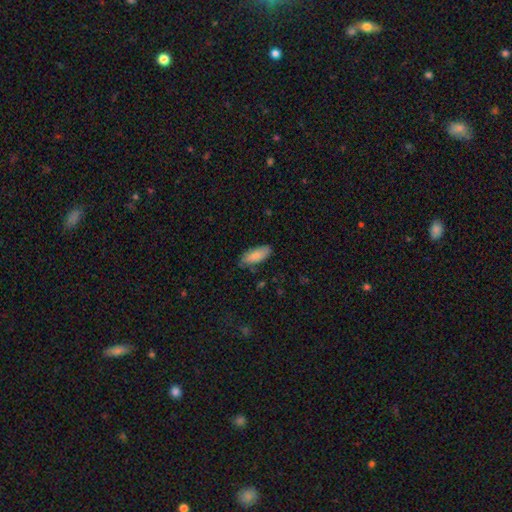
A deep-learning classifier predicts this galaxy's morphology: This appears to be a smooth galaxy with no disk features (86%) that is in between round and cigar-shaped (79%). Merging: none (76%).